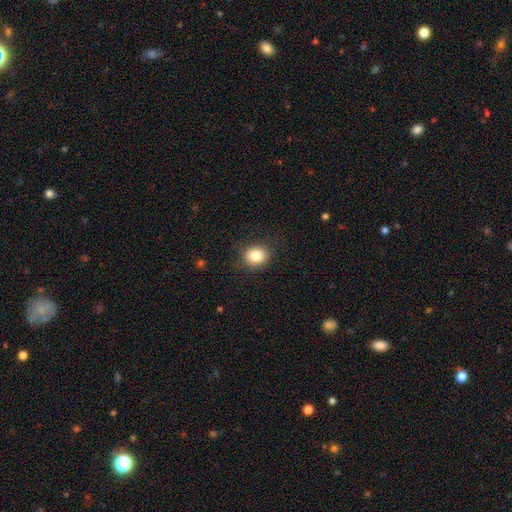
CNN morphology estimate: Q: Smooth or featured?
A: smooth (83%); runner-up: star or artifact (10%)
Q: How rounded?
A: round (66%); runner-up: in between (33%)
Q: Merging?
A: none (85%); runner-up: minor disturbance (11%)